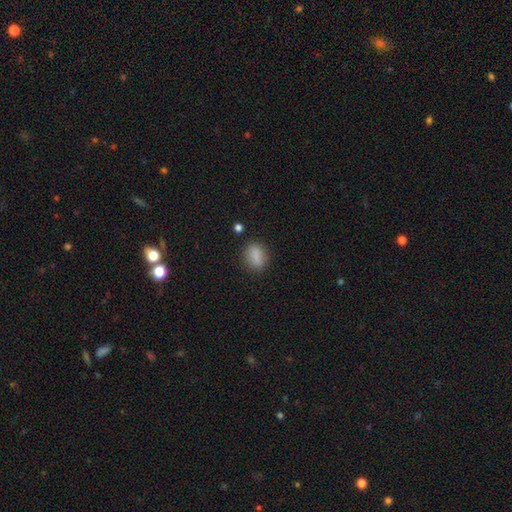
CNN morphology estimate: This is clearly a smooth galaxy (85%). How rounded: likely in between (70%). Merging: clearly none (81%).